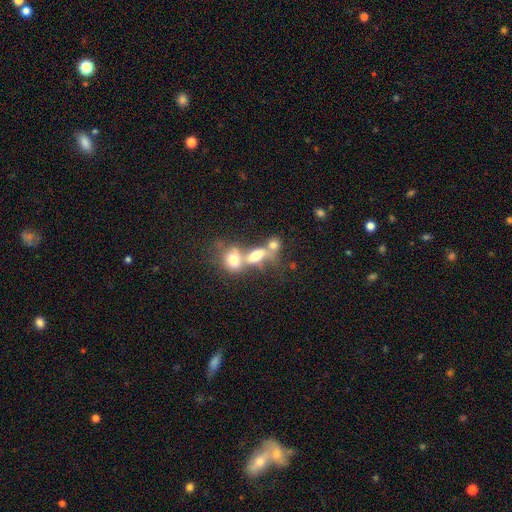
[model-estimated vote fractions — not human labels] smooth-or-featured: smooth: 62% | featured or disk: 25% | star or artifact: 13%
  how-rounded: in between: 66% | round: 23% | cigar-shaped: 11%
  merging: merger: 64% | none: 21% | minor disturbance: 7% | major disturbance: 7%